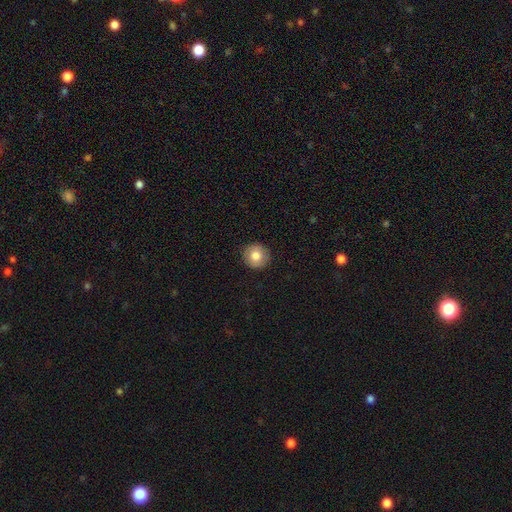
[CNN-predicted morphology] The model was most divided on "smooth or featured": smooth: 82%, featured or disk: 10%, star or artifact: 8%. More confident: how rounded — round (94%); merging — none (91%).